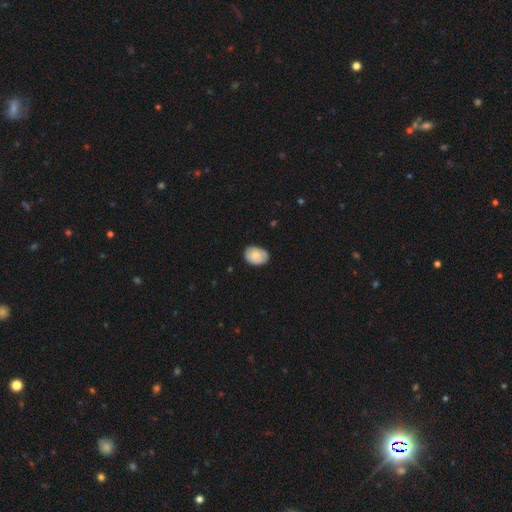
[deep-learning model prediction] Q: Smooth or featured?
A: smooth (73%); runner-up: featured or disk (21%)
Q: How rounded?
A: in between (76%); runner-up: round (23%)
Q: Merging?
A: none (75%); runner-up: minor disturbance (20%)